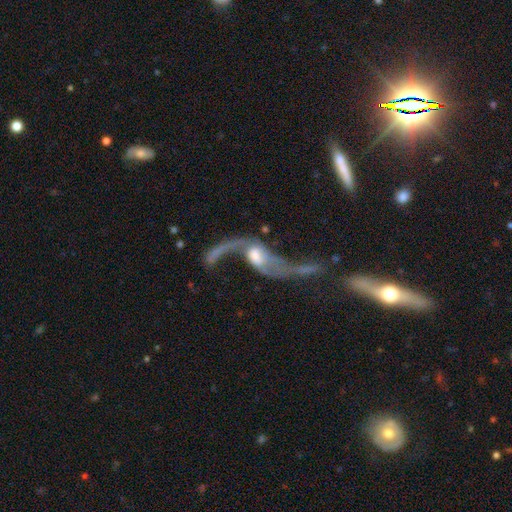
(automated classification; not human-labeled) Morphology: type=featured or disk (79%); edge-on=no (89%); bar=no (45%); spiral arms=yes (82%); winding=loose (92%); arm count=2 (85%); bulge=moderate (49%); merging=major disturbance (38%).